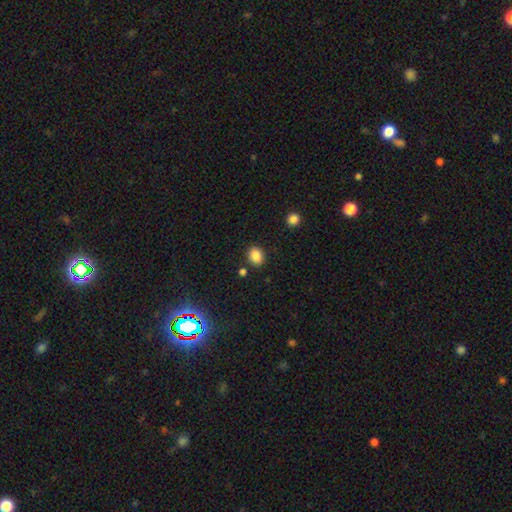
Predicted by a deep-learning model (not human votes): A smooth galaxy with no disk features (86%) that is in between round and cigar-shaped (53%). Merging: none (85%).